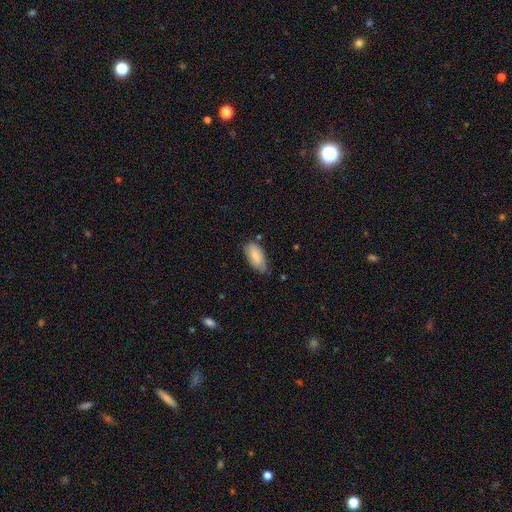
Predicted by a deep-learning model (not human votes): A smooth galaxy with no disk features (81%) that is in between round and cigar-shaped (92%). Merging: none (59%).